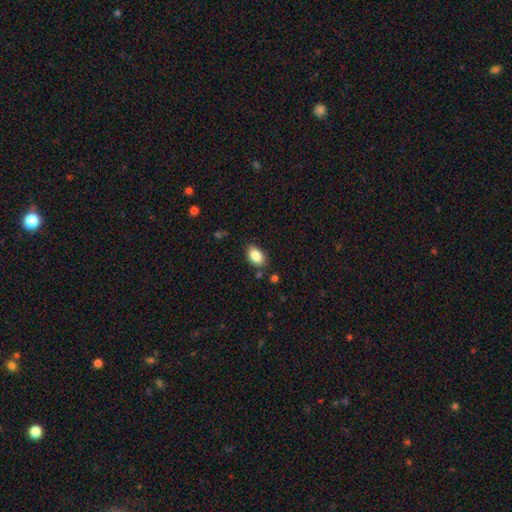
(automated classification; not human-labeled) smooth-or-featured: smooth: 86% | star or artifact: 8% | featured or disk: 6%
  how-rounded: in between: 88% | round: 11% | cigar-shaped: 1%
  merging: none: 79% | minor disturbance: 15% | major disturbance: 3% | merger: 3%